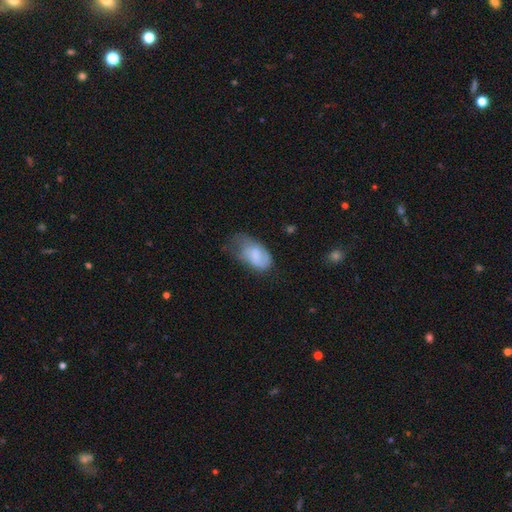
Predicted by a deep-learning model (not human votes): A smooth galaxy with no disk features (71%) that is in between round and cigar-shaped (92%). Merging: minor disturbance (39%).